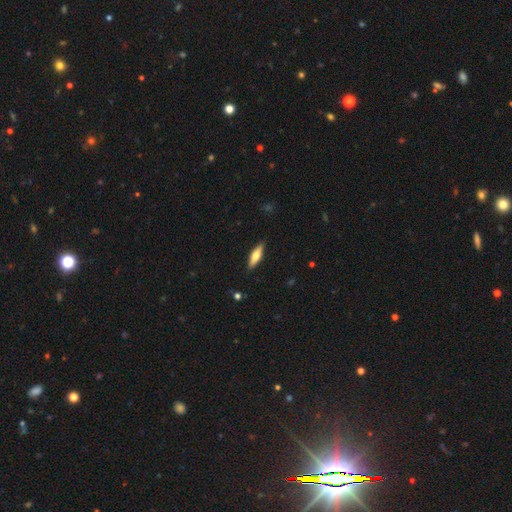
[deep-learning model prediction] A smooth galaxy with no disk features (65%) that is cigar-shaped (55%).

Vote fractions:
- Smooth or featured? smooth: 65% / featured or disk: 29% / star or artifact: 6%
- How rounded? cigar-shaped: 55% / in between: 44% / round: 2%
- Merging? none: 89% / minor disturbance: 9% / major disturbance: 2% / merger: 1%